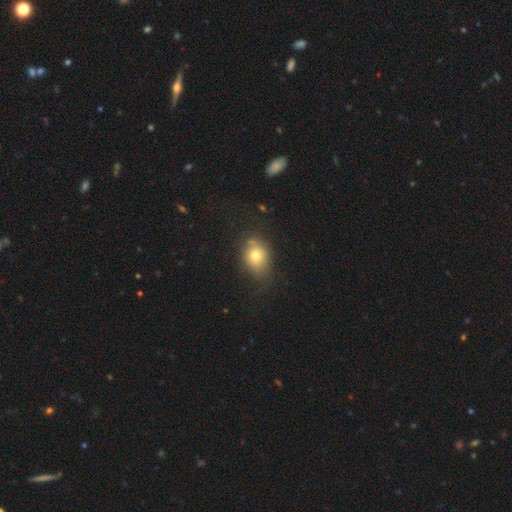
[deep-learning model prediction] Smooth or featured? Predicted: smooth (p=0.74). How rounded? Predicted: in between (p=0.59). Merging? Predicted: none (p=0.68).